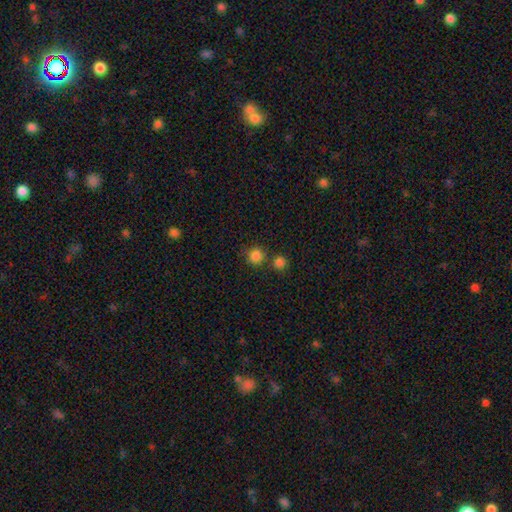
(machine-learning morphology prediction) Q: Smooth or featured?
A: smooth (83%); runner-up: star or artifact (12%)
Q: How rounded?
A: round (93%); runner-up: in between (6%)
Q: Merging?
A: none (72%); runner-up: merger (16%)